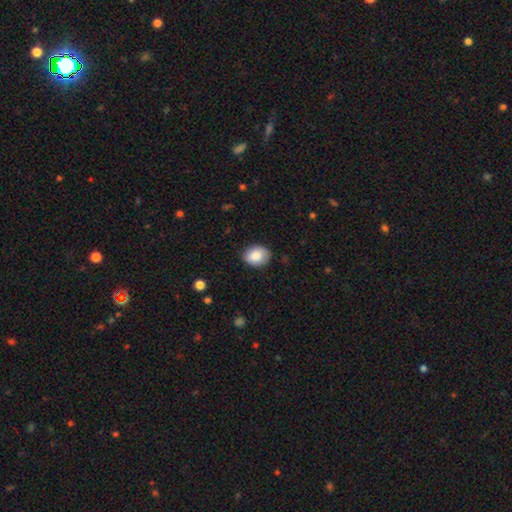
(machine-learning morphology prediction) Smooth or featured? Predicted: smooth (p=0.86). How rounded? Predicted: in between (p=0.60). Merging? Predicted: none (p=0.85).